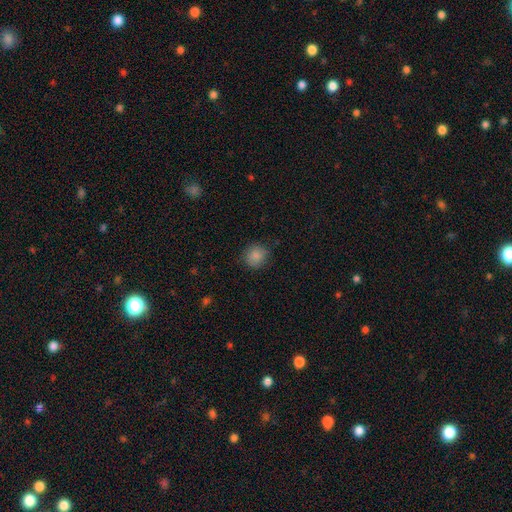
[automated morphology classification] A smooth galaxy with no disk features (86%) that is round (86%).

Vote fractions:
- Smooth or featured? smooth: 86% / star or artifact: 9% / featured or disk: 5%
- How rounded? round: 86% / in between: 13% / cigar-shaped: 1%
- Merging? none: 84% / minor disturbance: 12% / major disturbance: 3% / merger: 1%